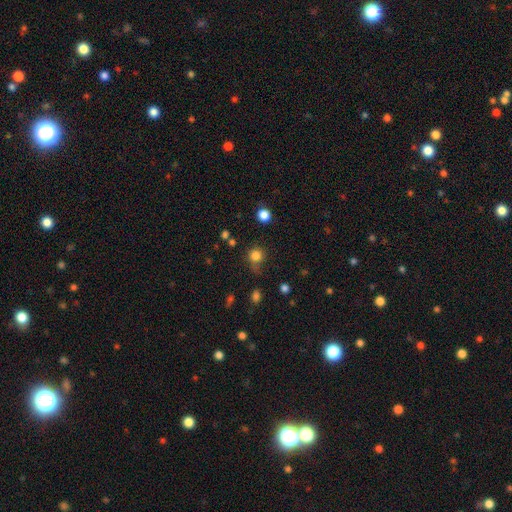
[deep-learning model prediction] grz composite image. It shows a smooth galaxy with no disk features (81%) that is round (90%). Merging: none (65%).